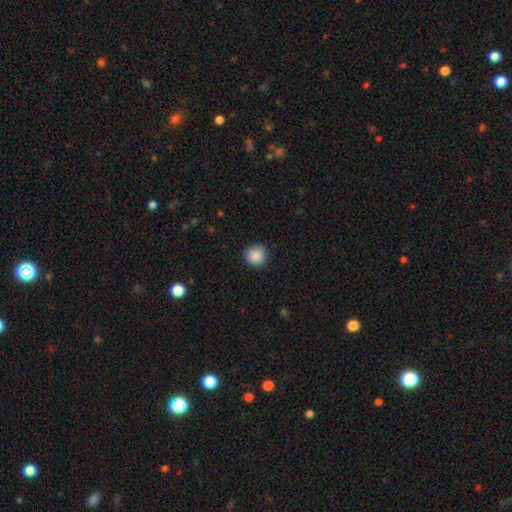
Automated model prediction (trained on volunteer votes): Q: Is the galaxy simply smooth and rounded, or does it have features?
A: smooth — 88%.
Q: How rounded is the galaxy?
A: round — 93%.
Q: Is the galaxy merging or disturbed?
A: none — 89%.